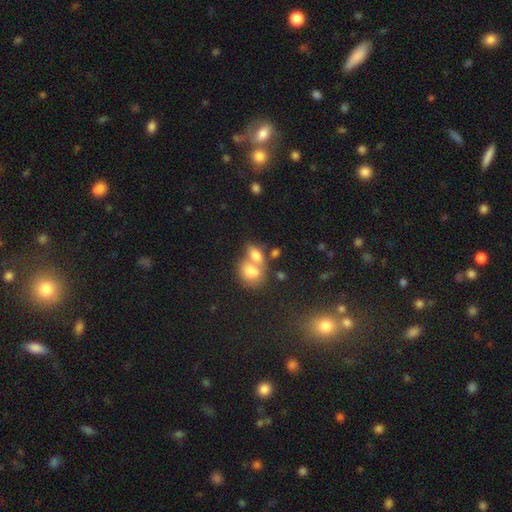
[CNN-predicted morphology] Smooth or featured?
  - smooth: 75% *
  - featured or disk: 16%
  - star or artifact: 9%
How rounded?
  - in between: 76% *
  - round: 20%
  - cigar-shaped: 4%
Merging?
  - merger: 63% *
  - none: 25%
  - minor disturbance: 8%
  - major disturbance: 4%